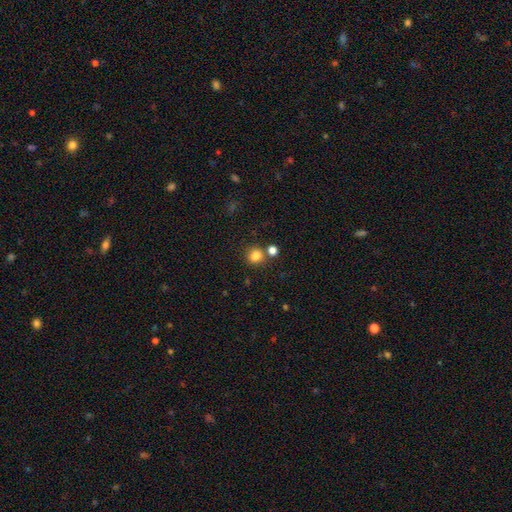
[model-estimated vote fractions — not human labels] smooth_or_featured: smooth (p=0.82) [alt: star or artifact p=0.13]
how_rounded: round (p=0.79) [alt: in between p=0.20]
merging: none (p=0.71) [alt: merger p=0.15]